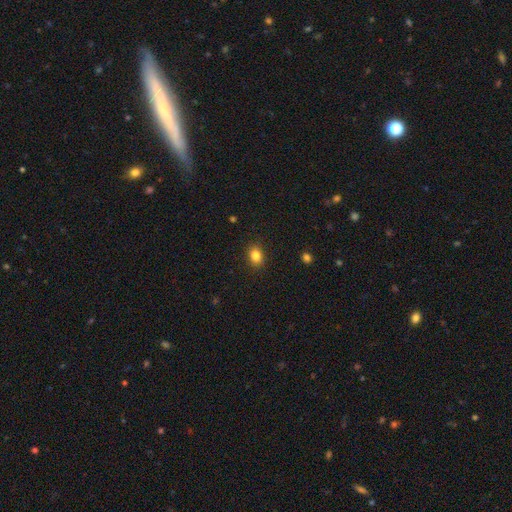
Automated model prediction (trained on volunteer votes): smooth-or-featured: smooth: 84% | star or artifact: 11% | featured or disk: 6%
  how-rounded: in between: 57% | round: 42% | cigar-shaped: 1%
  merging: none: 89% | minor disturbance: 8% | major disturbance: 2% | merger: 1%